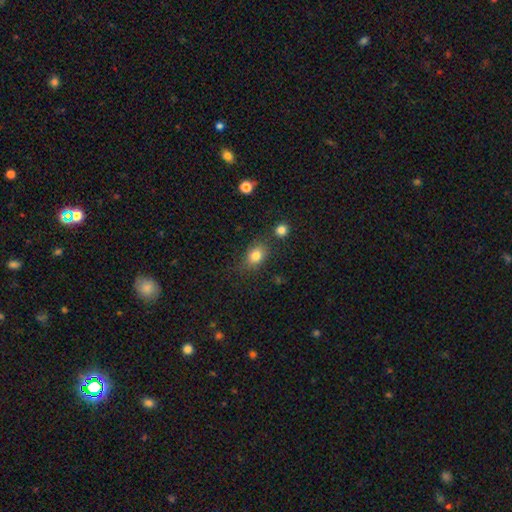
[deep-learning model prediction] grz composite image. It shows a smooth galaxy with no disk features (81%) that is in between round and cigar-shaped (65%). Merging: none (74%).